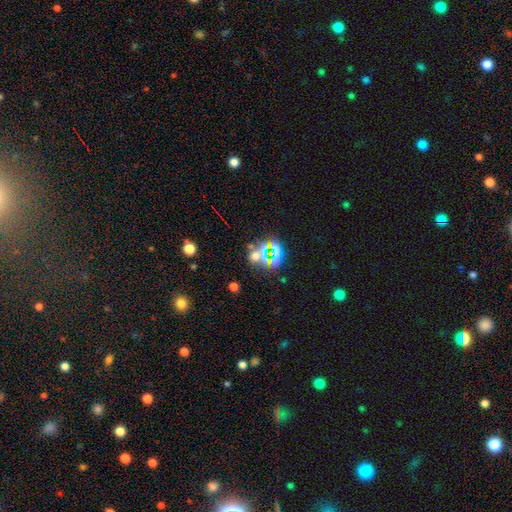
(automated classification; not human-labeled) This appears to be a star or artifact, not a galaxy (56%).